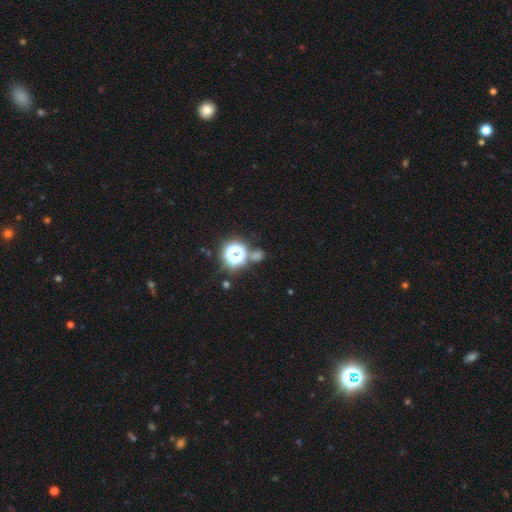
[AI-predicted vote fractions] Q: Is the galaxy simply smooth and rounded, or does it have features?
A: star or artifact — 59%.